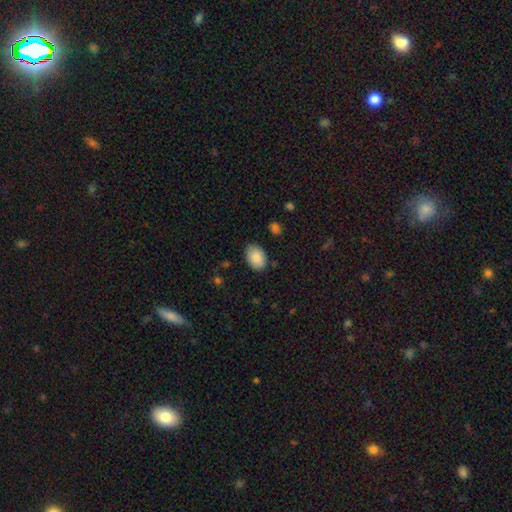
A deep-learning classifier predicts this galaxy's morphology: smooth-or-featured: smooth: 88% | star or artifact: 7% | featured or disk: 6%
  how-rounded: in between: 82% | round: 17% | cigar-shaped: 1%
  merging: none: 84% | minor disturbance: 12% | major disturbance: 2% | merger: 1%